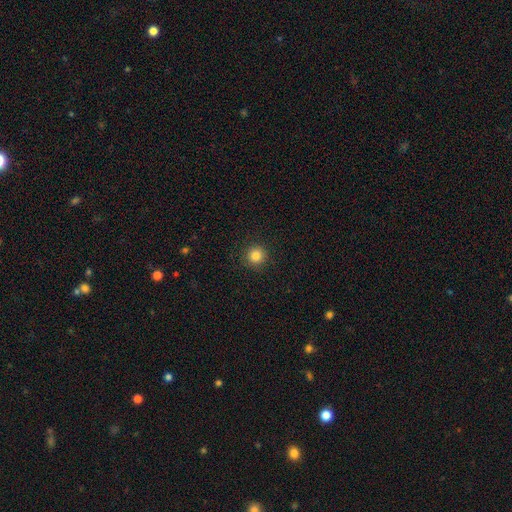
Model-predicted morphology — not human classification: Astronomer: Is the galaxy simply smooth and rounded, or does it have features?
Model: smooth — 84%.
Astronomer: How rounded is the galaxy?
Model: round — 95%.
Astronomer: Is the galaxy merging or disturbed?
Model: none — 92%.